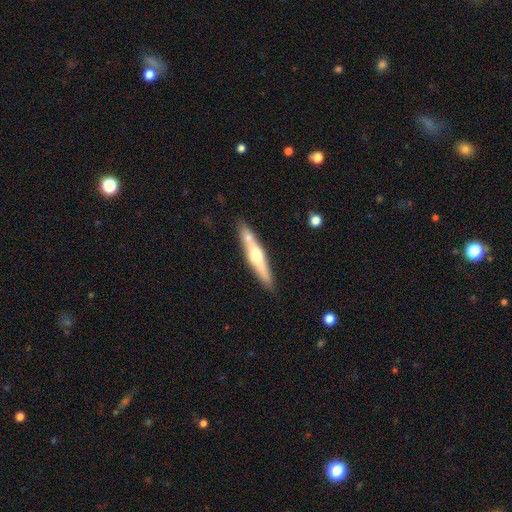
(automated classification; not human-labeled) smooth-or-featured: featured or disk: 56% | smooth: 39% | star or artifact: 5%
  disk-edge-on: yes: 94% | no: 6%
    edge-on-bulge: rounded: 87% | none: 7% | boxy: 5%
  merging: none: 78% | minor disturbance: 11% | merger: 9% | major disturbance: 2%